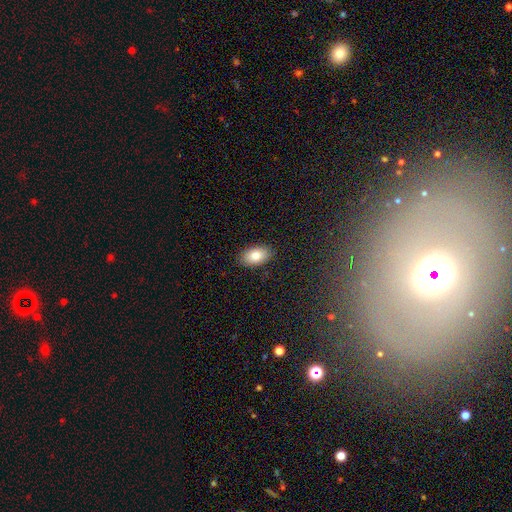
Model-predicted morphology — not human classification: smooth 82%, featured or disk 11%, star or artifact 7%. Down the decision tree: how rounded — in between (93%); merging — none (88%).